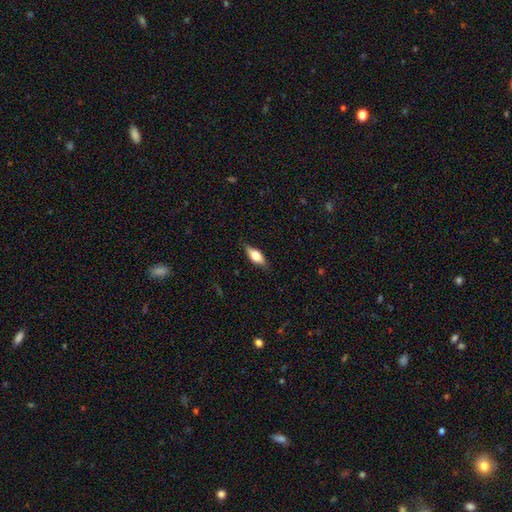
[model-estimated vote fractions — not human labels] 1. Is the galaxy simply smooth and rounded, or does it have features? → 62% smooth, 31% featured or disk, 7% star or artifact.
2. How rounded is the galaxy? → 73% in between, 23% cigar-shaped, 4% round.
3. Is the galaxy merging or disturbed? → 82% none, 14% minor disturbance, 3% major disturbance, 1% merger.